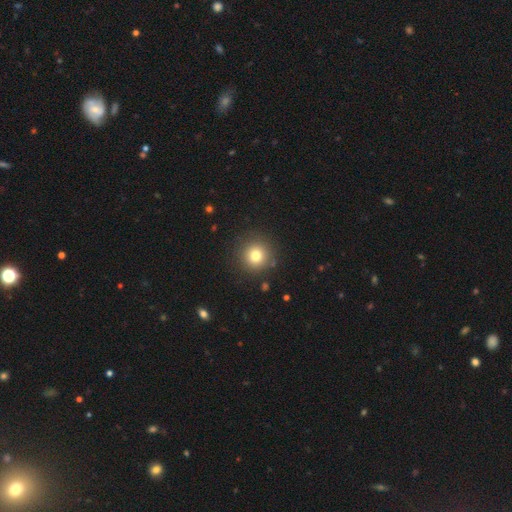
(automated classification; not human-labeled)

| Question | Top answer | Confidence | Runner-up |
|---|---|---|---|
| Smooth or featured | smooth | 79% | star or artifact (13%) |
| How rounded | round | 95% | in between (4%) |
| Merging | none | 89% | minor disturbance (7%) |